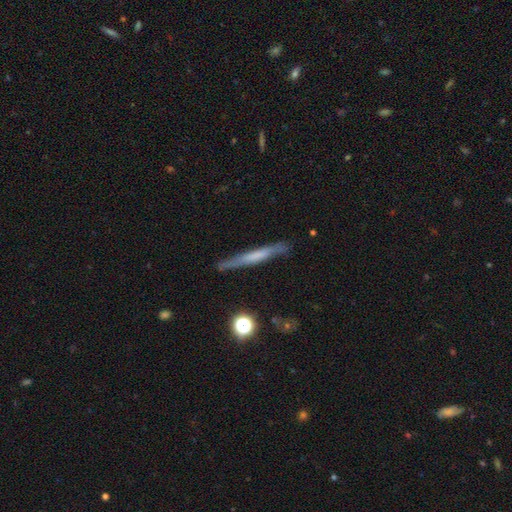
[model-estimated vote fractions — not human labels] smooth_or_featured: featured or disk (p=0.50) [alt: smooth p=0.42]
disk_edge_on: yes (p=0.92) [alt: no p=0.08]
merging: none (p=0.82) [alt: minor disturbance p=0.13]